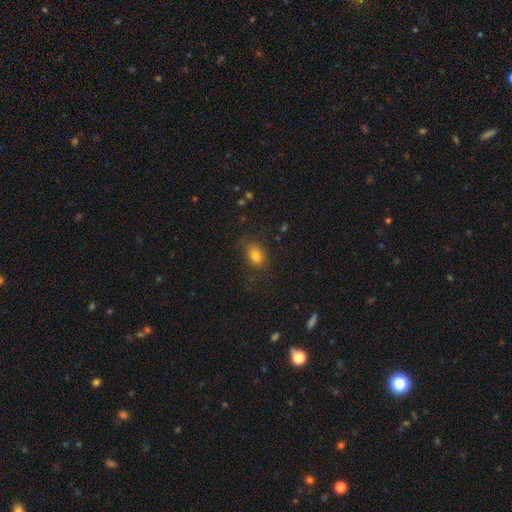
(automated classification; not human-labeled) The model was most divided on "how rounded": in between: 65%, round: 34%, cigar-shaped: 1%. More confident: smooth or featured — smooth (81%); merging — none (76%).